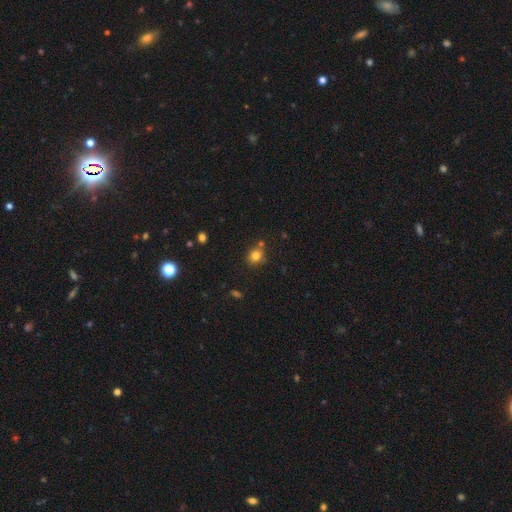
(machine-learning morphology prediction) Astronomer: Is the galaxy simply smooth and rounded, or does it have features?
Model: smooth — 79%.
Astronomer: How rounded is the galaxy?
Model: round — 77%.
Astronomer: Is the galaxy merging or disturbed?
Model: none — 73%.